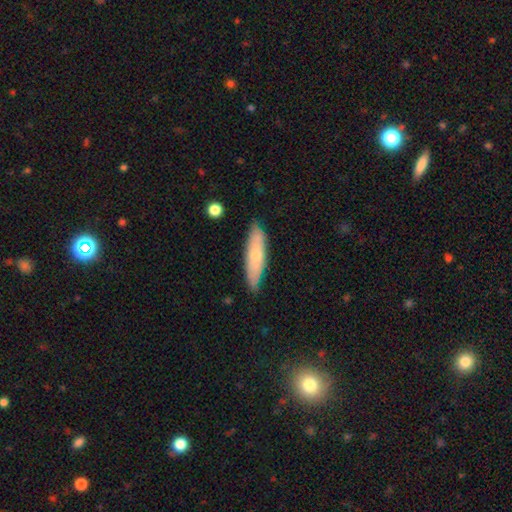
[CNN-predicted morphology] smooth-or-featured: smooth: 62% | featured or disk: 32% | star or artifact: 6%
  how-rounded: cigar-shaped: 67% | in between: 31% | round: 2%
  merging: none: 81% | minor disturbance: 15% | major disturbance: 2% | merger: 1%